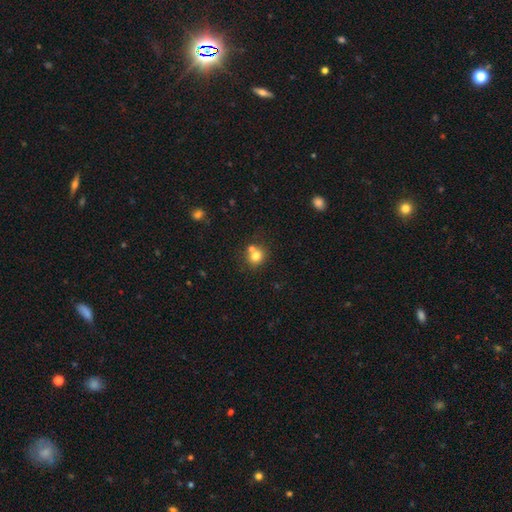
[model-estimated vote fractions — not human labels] Smooth or featured: smooth — 76% (star or artifact — 13%)
How rounded: round — 77% (in between — 22%)
Merging: none — 50% (merger — 38%)